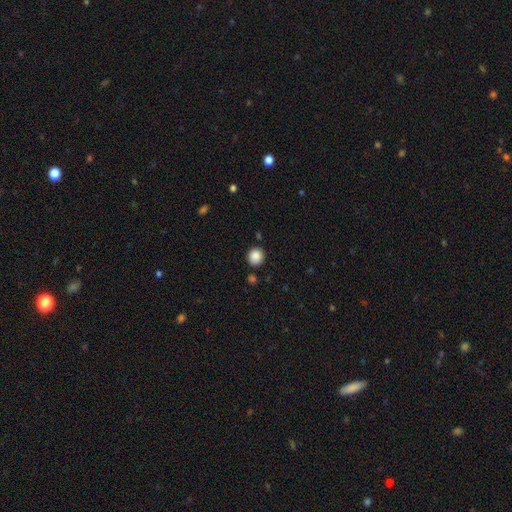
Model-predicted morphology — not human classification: Smooth or featured? smooth (88%)
How rounded? round (85%)
Merging? none (87%)